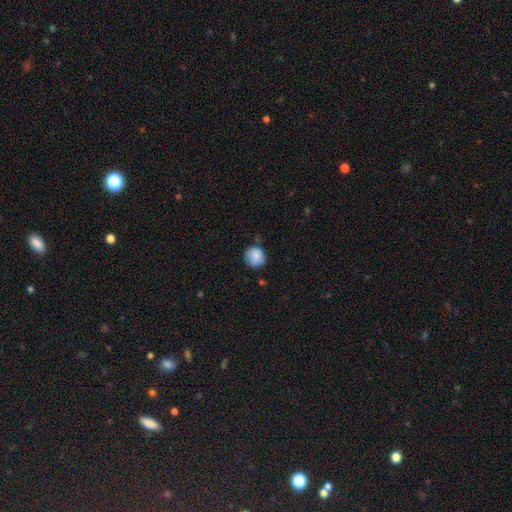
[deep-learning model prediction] Morphology: type=smooth (86%); roundness=round (88%); merging=none (73%).